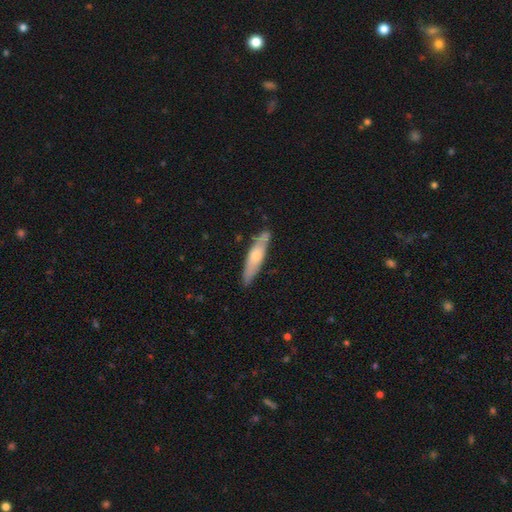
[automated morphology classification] Overall: smooth (50%; featured or disk 44%). How rounded: cigar-shaped (81%). Merging: none (81%).